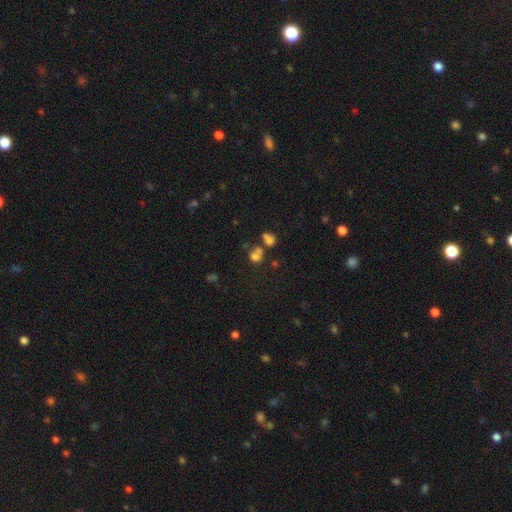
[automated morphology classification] A smooth galaxy with no disk features (68%) that is round (69%).

Vote fractions:
- Smooth or featured? smooth: 68% / star or artifact: 19% / featured or disk: 13%
- How rounded? round: 69% / in between: 30% / cigar-shaped: 1%
- Merging? none: 41% / merger: 39% / minor disturbance: 12% / major disturbance: 8%